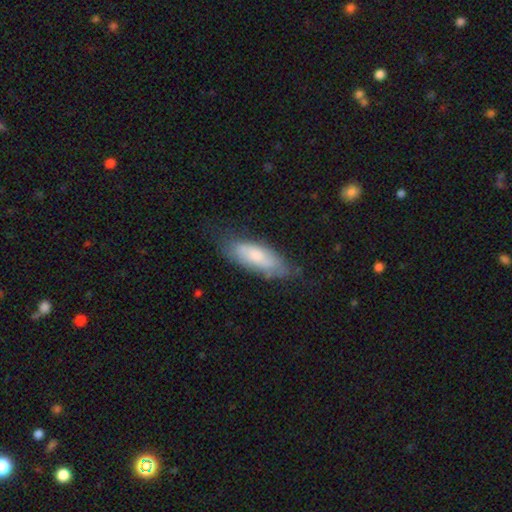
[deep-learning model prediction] Smooth or featured: smooth — 68% (featured or disk — 26%)
How rounded: in between — 65% (cigar-shaped — 33%)
Merging: none — 62% (minor disturbance — 27%)